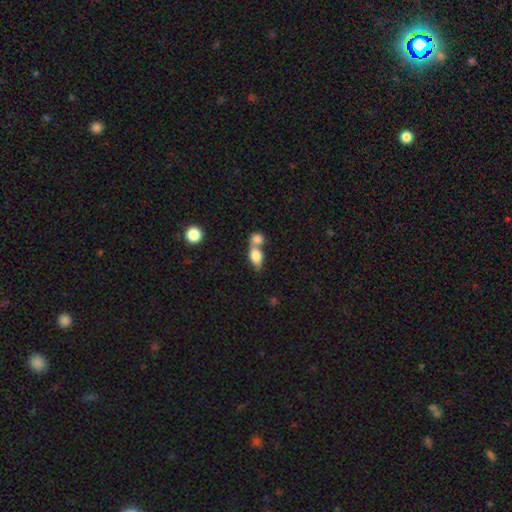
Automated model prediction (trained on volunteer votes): This appears to be a smooth galaxy with no disk features (79%) that is in between round and cigar-shaped (73%). Merging: merger (65%).